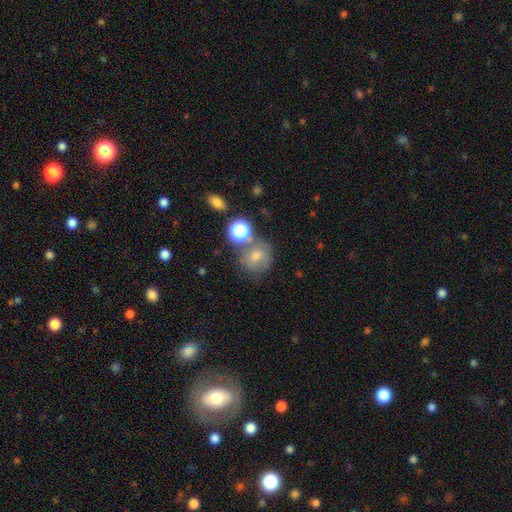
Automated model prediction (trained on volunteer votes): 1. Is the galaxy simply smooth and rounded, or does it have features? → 51% smooth, 26% star or artifact, 23% featured or disk.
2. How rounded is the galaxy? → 80% round, 19% in between, 1% cigar-shaped.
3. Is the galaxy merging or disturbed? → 66% none, 14% merger, 14% minor disturbance, 6% major disturbance.